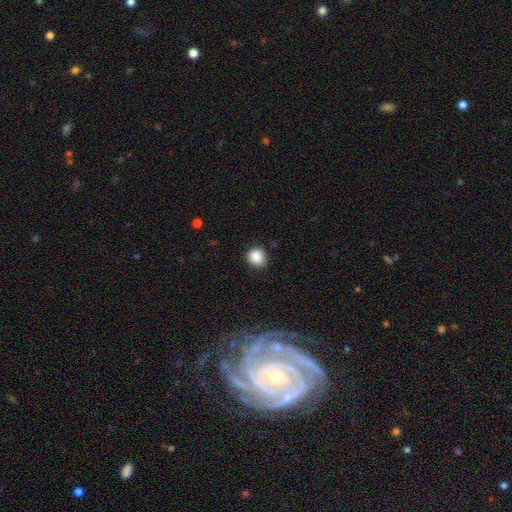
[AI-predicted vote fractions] Overall: smooth (86%). How rounded: round (83%). Merging: none (80%).